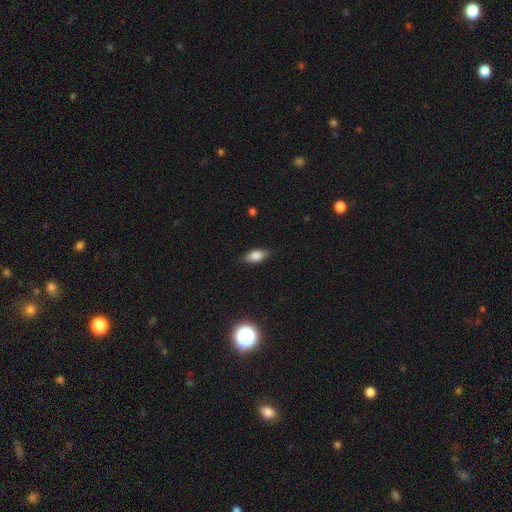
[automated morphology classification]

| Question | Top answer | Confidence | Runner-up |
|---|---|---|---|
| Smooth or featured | smooth | 81% | featured or disk (10%) |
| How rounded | in between | 87% | cigar-shaped (9%) |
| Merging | none | 84% | minor disturbance (13%) |